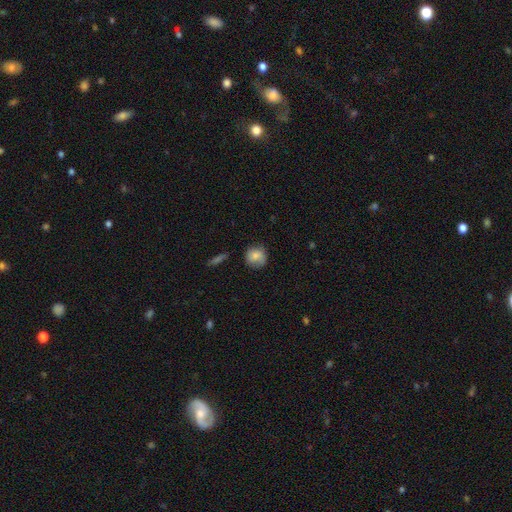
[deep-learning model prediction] A smooth galaxy with no disk features (77%) that is round (85%).

Vote fractions:
- Smooth or featured? smooth: 77% / featured or disk: 15% / star or artifact: 8%
- How rounded? round: 85% / in between: 13% / cigar-shaped: 1%
- Merging? none: 70% / minor disturbance: 23% / major disturbance: 6% / merger: 2%